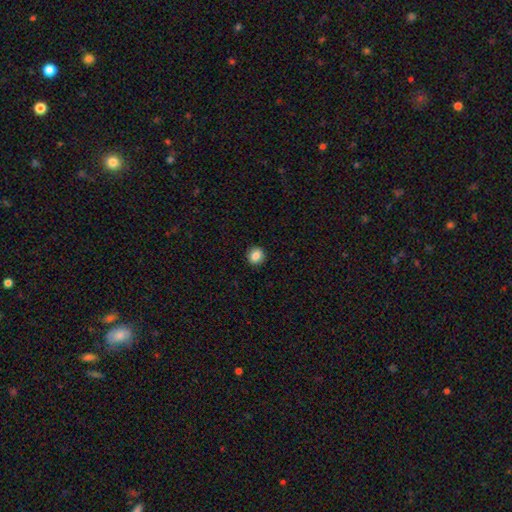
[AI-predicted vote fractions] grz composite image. It shows a smooth galaxy with no disk features (86%) that is round (86%). Merging: none (92%).